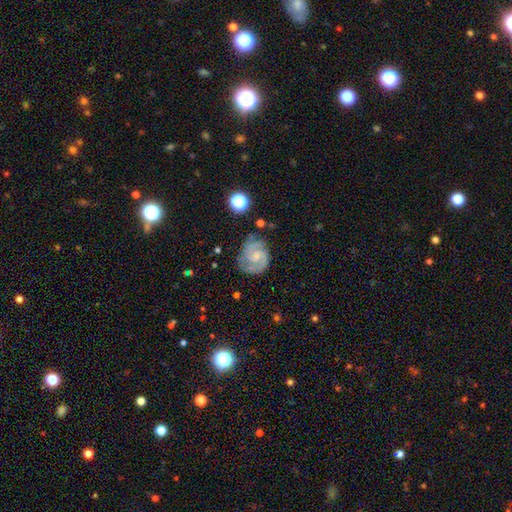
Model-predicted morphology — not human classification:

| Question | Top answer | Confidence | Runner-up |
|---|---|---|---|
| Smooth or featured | featured or disk | 83% | smooth (11%) |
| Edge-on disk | no | 98% | yes (2%) |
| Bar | no | 53% | weak (41%) |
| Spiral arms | yes | 96% | no (4%) |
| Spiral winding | tight | 54% | medium (39%) |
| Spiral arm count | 2 | 70% | 3 (12%) |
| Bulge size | small | 54% | moderate (25%) |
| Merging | none | 70% | minor disturbance (20%) |